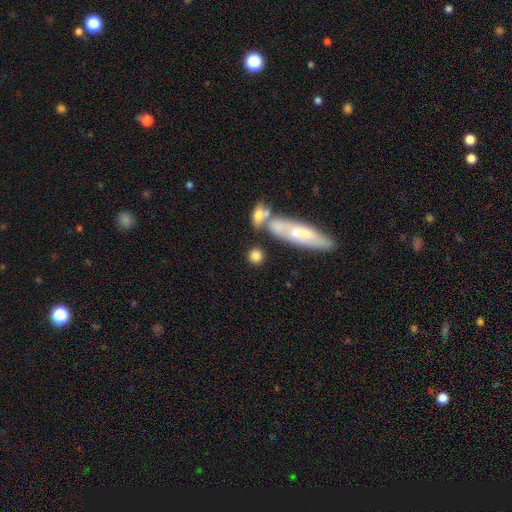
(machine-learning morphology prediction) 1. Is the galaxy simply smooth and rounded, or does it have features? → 80% smooth, 11% featured or disk, 8% star or artifact.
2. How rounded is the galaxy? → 74% round, 18% in between, 8% cigar-shaped.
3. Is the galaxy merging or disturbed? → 70% none, 14% merger, 11% minor disturbance, 5% major disturbance.